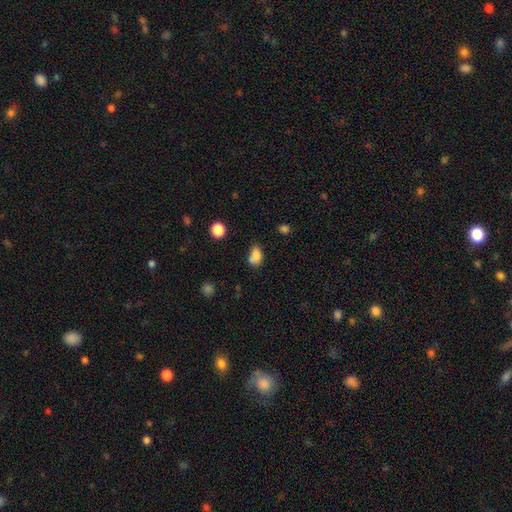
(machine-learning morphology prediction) smooth 79%, star or artifact 11%, featured or disk 10%. Down the decision tree: how rounded — in between (75%); merging — none (42%).